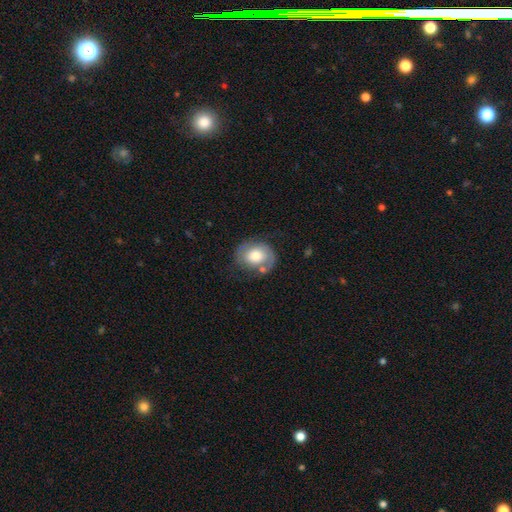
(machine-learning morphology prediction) smooth_or_featured: featured or disk (p=0.51) [alt: smooth p=0.42]
disk_edge_on: no (p=0.97) [alt: yes p=0.03]
merging: none (p=0.62) [alt: minor disturbance p=0.21]